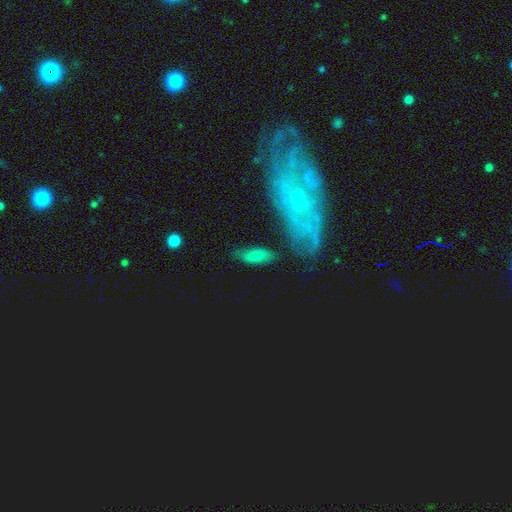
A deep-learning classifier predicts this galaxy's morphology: Smooth or featured?
  - smooth: 59% *
  - featured or disk: 31%
  - star or artifact: 10%
How rounded?
  - in between: 69% *
  - cigar-shaped: 27%
  - round: 4%
Merging?
  - none: 68% *
  - minor disturbance: 19%
  - major disturbance: 7%
  - merger: 6%